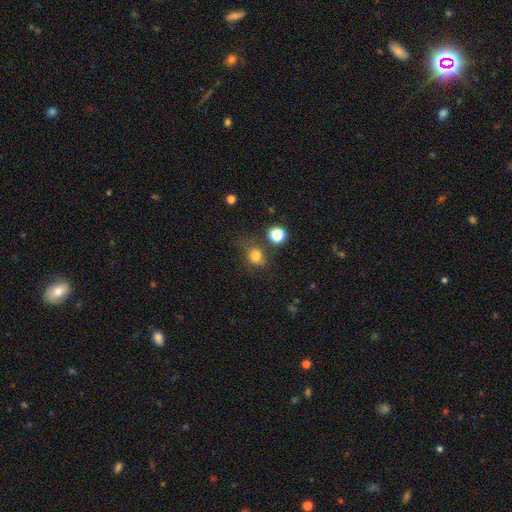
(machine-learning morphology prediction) Q: Smooth or featured?
A: smooth (77%); runner-up: star or artifact (15%)
Q: How rounded?
A: round (73%); runner-up: in between (26%)
Q: Merging?
A: none (57%); runner-up: minor disturbance (20%)